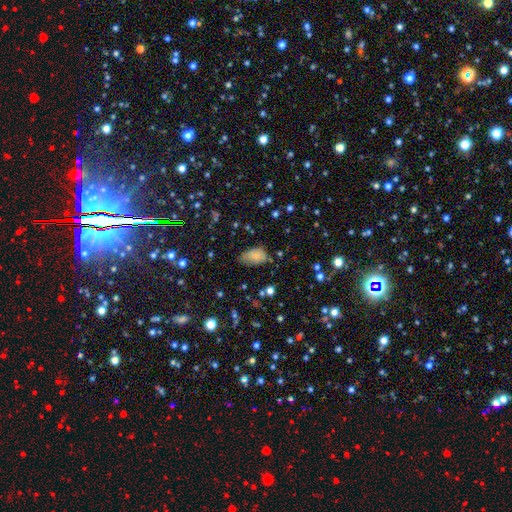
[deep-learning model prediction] This appears to be a smooth galaxy with no disk features (76%) that is in between round and cigar-shaped (91%). Merging: none (50%).